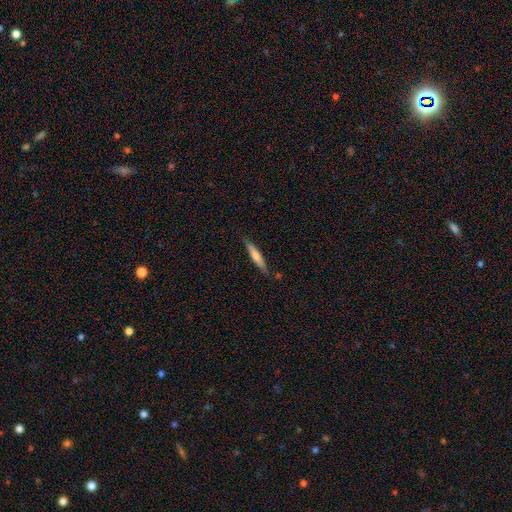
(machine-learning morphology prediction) type=smooth (54%); roundness=cigar-shaped (91%); merging=none (85%).